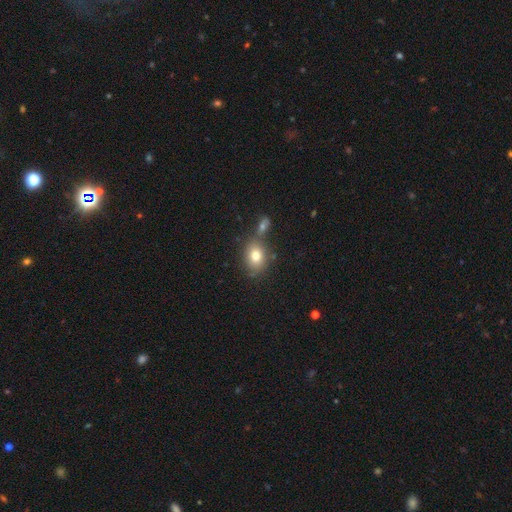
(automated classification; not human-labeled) smooth 78%, featured or disk 12%, star or artifact 10%. Down the decision tree: how rounded — in between (57%); merging — none (65%).